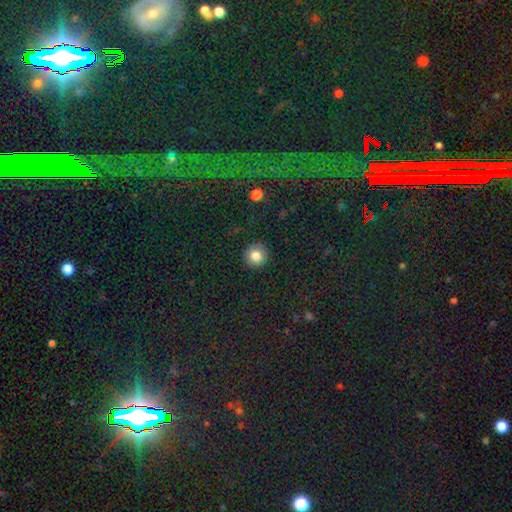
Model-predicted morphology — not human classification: A smooth galaxy with no disk features (82%) that is round (93%).

Vote fractions:
- Smooth or featured? smooth: 82% / star or artifact: 10% / featured or disk: 7%
- How rounded? round: 93% / in between: 6% / cigar-shaped: 1%
- Merging? none: 91% / minor disturbance: 6% / major disturbance: 2% / merger: 1%